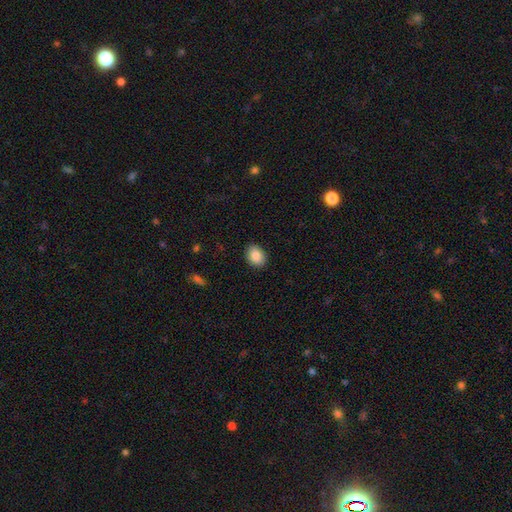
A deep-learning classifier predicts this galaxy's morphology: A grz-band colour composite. It shows a smooth galaxy with no disk features (87%) that is in between round and cigar-shaped (71%). Merging: none (89%).